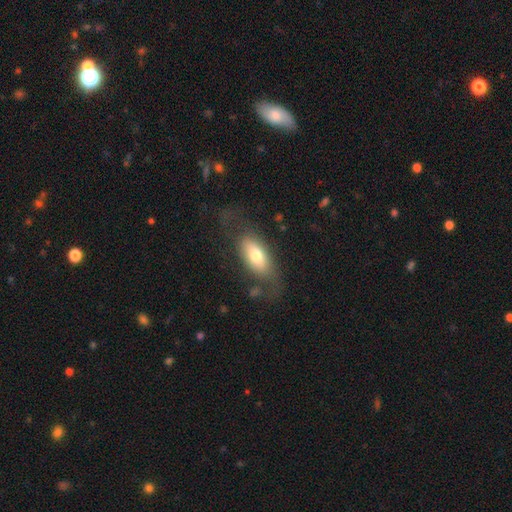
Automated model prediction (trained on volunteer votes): smooth_or_featured: smooth (p=0.65) [alt: featured or disk p=0.29]
how_rounded: in between (p=0.86) [alt: cigar-shaped p=0.10]
merging: none (p=0.56) [alt: major disturbance p=0.21]